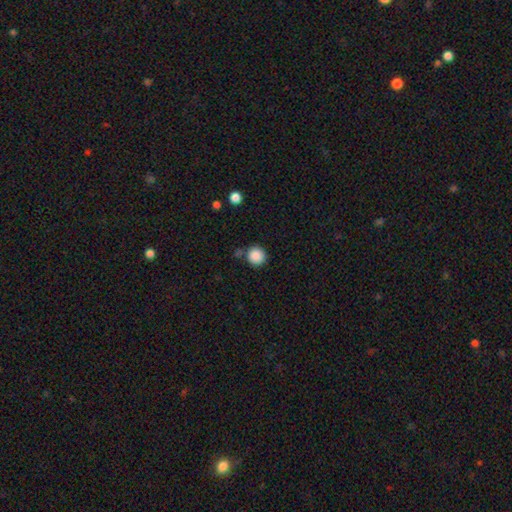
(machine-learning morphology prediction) Smooth or featured?
  - smooth: 88% *
  - star or artifact: 9%
  - featured or disk: 3%
How rounded?
  - round: 93% *
  - in between: 6%
  - cigar-shaped: 1%
Merging?
  - none: 80% *
  - minor disturbance: 9%
  - merger: 7%
  - major disturbance: 3%